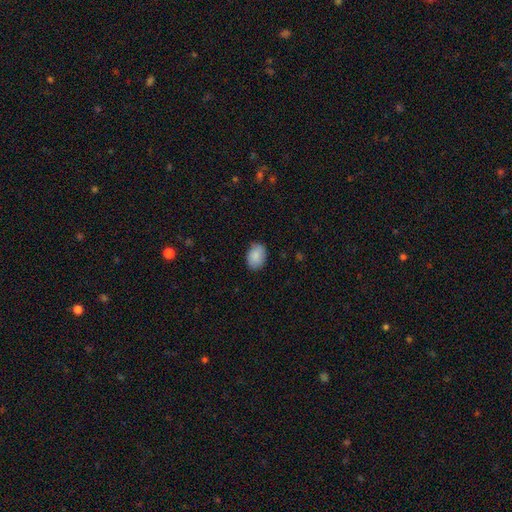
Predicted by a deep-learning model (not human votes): This appears to be a smooth galaxy with no disk features (87%) that is in between round and cigar-shaped (78%). Merging: none (80%).